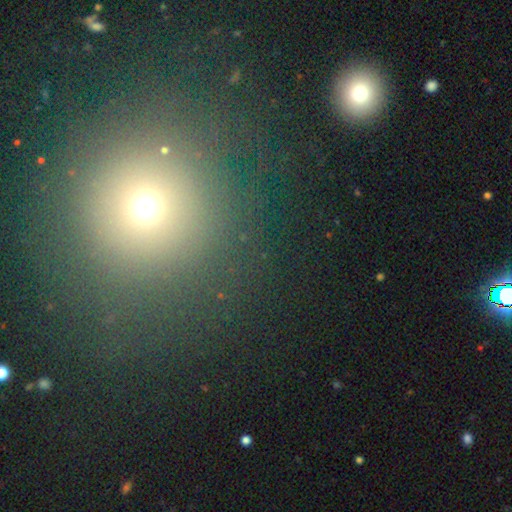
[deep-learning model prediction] The model was most divided on "smooth or featured": smooth: 58%, star or artifact: 32%, featured or disk: 10%. More confident: how rounded — round (93%); merging — none (84%).